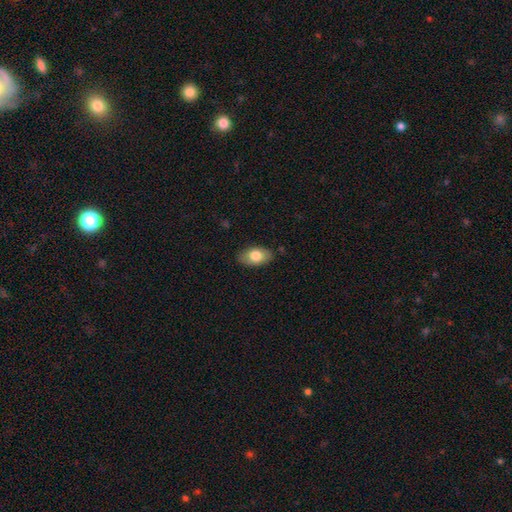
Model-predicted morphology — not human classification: Smooth or featured? Predicted: smooth (p=0.77). How rounded? Predicted: in between (p=0.92). Merging? Predicted: none (p=0.83).